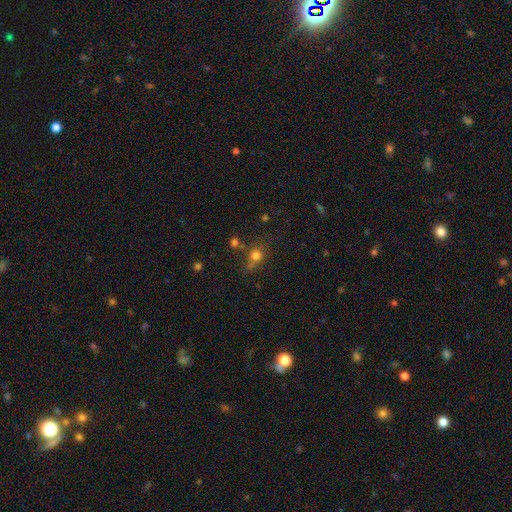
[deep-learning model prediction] This is likely a smooth galaxy (73%). How rounded: clearly round (83%). Merging: likely none (63%).